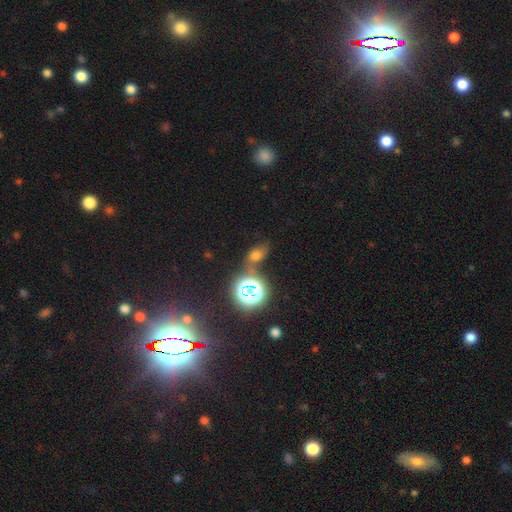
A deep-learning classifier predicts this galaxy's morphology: The model was most divided on "smooth or featured": smooth: 49%, star or artifact: 35%, featured or disk: 15%. Remaining: merging — none (47%).